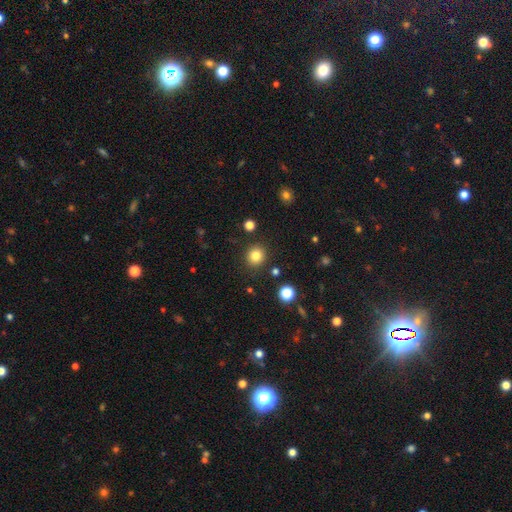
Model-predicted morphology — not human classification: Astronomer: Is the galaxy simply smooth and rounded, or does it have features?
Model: smooth — 82%.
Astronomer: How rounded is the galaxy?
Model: round — 88%.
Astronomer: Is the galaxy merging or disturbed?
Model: none — 89%.